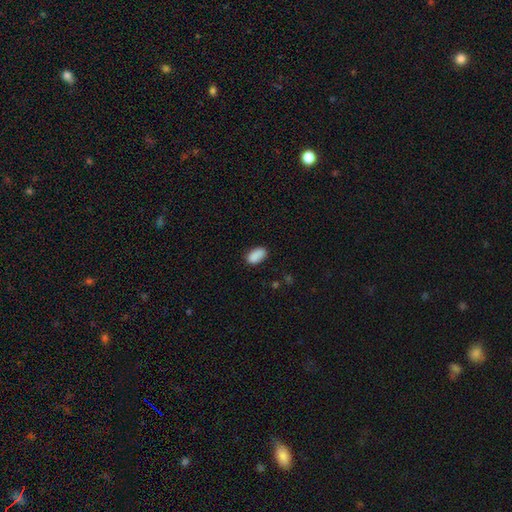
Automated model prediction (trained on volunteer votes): Overall: smooth (88%). How rounded: in between (93%). Merging: none (81%).